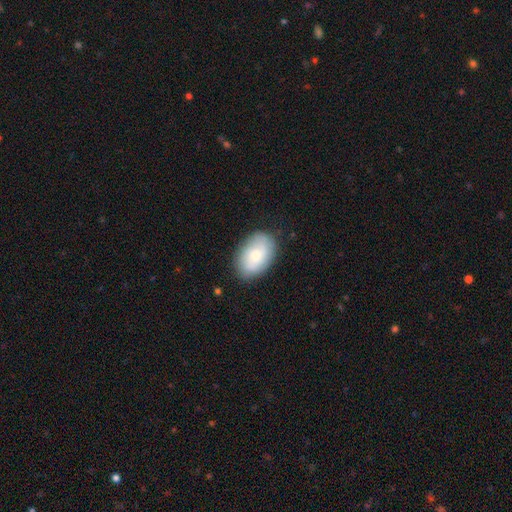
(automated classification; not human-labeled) Smooth or featured: smooth — 67% (featured or disk — 26%)
How rounded: in between — 89% (round — 10%)
Merging: none — 81% (minor disturbance — 14%)